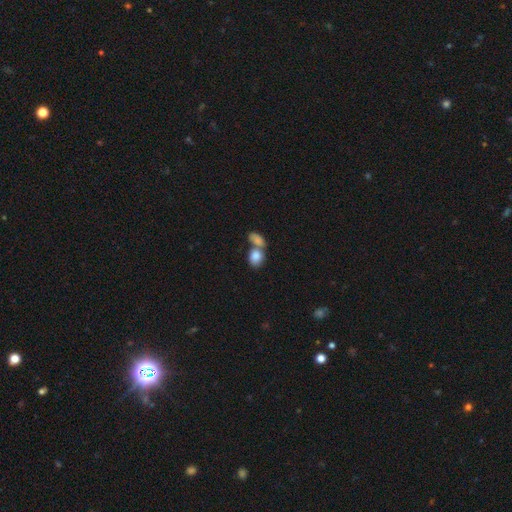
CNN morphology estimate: A smooth galaxy with no disk features (83%) that is in between round and cigar-shaped (65%). Merging: merger (61%).